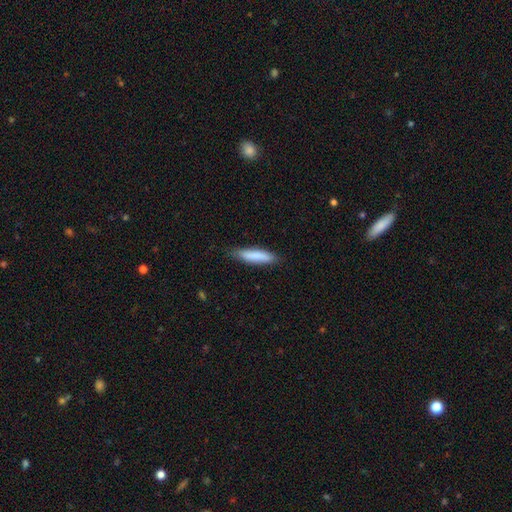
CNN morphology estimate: Smooth or featured? smooth (84%)
How rounded? cigar-shaped (78%)
Merging? none (82%)